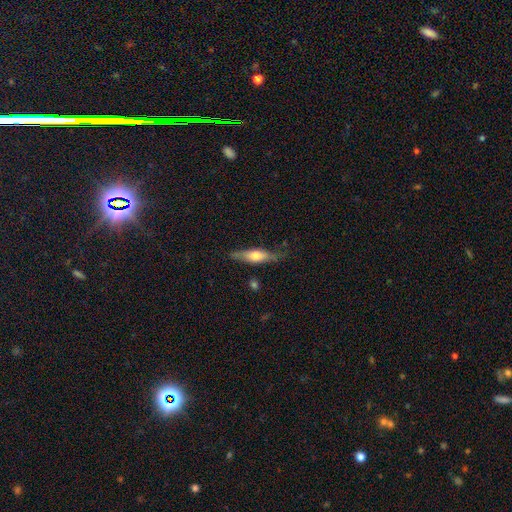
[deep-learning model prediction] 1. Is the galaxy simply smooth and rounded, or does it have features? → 48% smooth, 46% featured or disk, 6% star or artifact.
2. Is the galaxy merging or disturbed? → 70% none, 22% minor disturbance, 6% major disturbance, 3% merger.